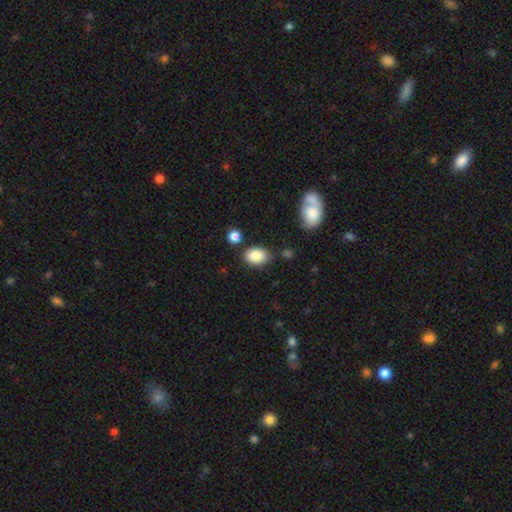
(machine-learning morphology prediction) smooth_or_featured: smooth (p=0.86) [alt: star or artifact p=0.08]
how_rounded: in between (p=0.79) [alt: round p=0.19]
merging: none (p=0.74) [alt: minor disturbance p=0.15]